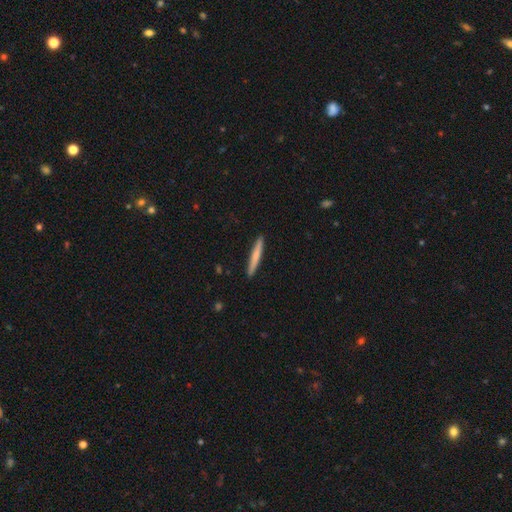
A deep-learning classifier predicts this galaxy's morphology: Q: Smooth or featured?
A: smooth (70%); runner-up: featured or disk (24%)
Q: How rounded?
A: cigar-shaped (96%); runner-up: in between (3%)
Q: Merging?
A: none (92%); runner-up: minor disturbance (6%)